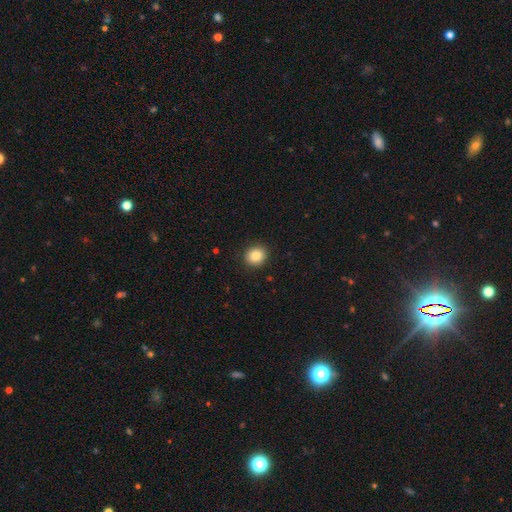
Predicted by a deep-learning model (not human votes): smooth_or_featured: smooth (p=0.85) [alt: star or artifact p=0.09]
how_rounded: round (p=0.83) [alt: in between p=0.16]
merging: none (p=0.91) [alt: minor disturbance p=0.06]